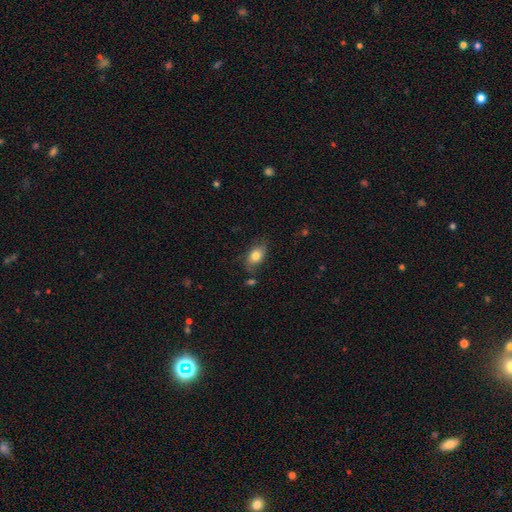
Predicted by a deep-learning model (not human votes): smooth-or-featured: smooth: 80% | featured or disk: 13% | star or artifact: 8%
  how-rounded: in between: 85% | round: 12% | cigar-shaped: 2%
  merging: none: 73% | minor disturbance: 19% | major disturbance: 4% | merger: 4%